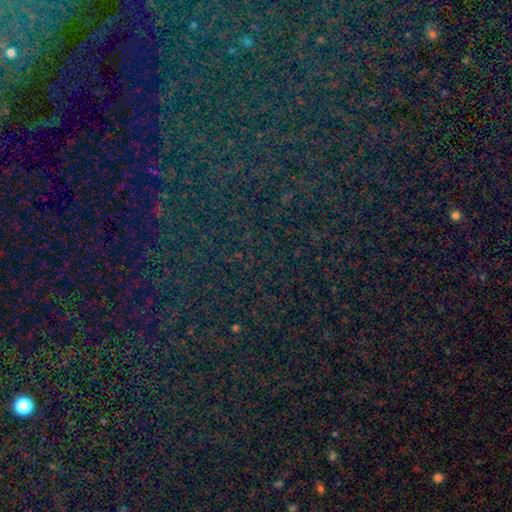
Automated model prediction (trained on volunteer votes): Overall: star or artifact (83%).